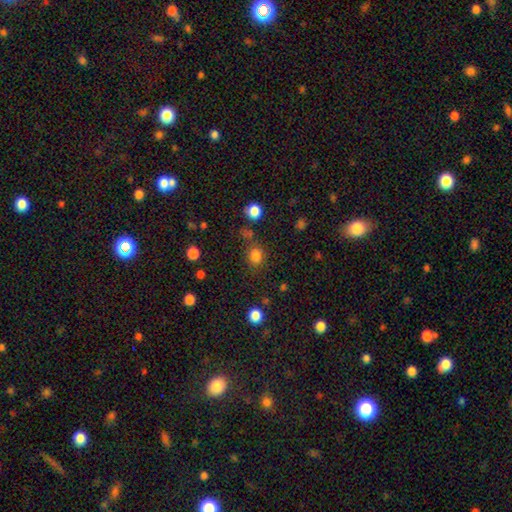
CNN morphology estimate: smooth 80%, star or artifact 15%, featured or disk 5%. Down the decision tree: how rounded — round (71%); merging — none (74%).